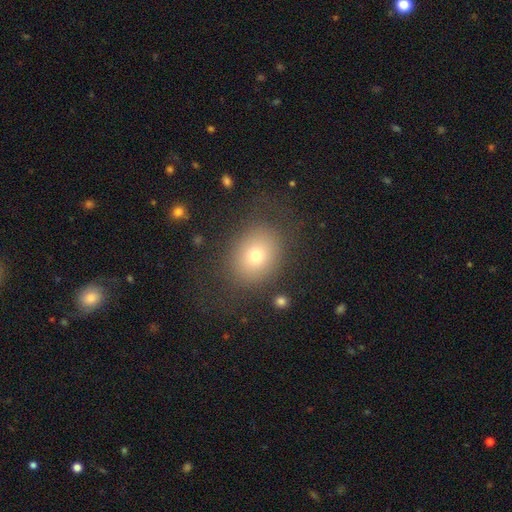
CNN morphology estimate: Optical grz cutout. It shows a smooth galaxy with no disk features (71%) that is round (55%). Merging: none (73%).